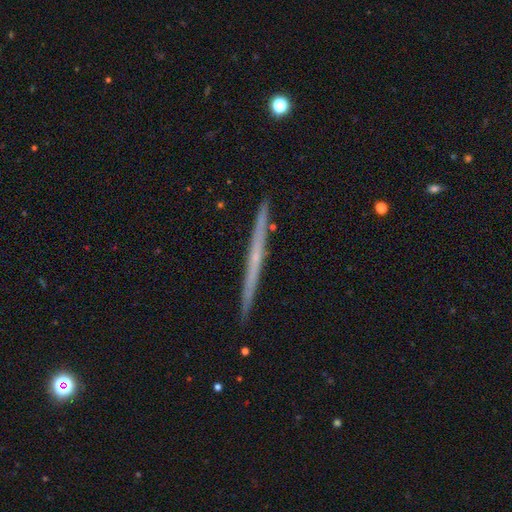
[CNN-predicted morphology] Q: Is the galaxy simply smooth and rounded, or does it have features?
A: featured or disk — 65%.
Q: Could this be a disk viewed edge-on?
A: yes — 98%.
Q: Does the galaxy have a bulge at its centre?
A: none — 81%.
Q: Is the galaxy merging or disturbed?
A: none — 92%.